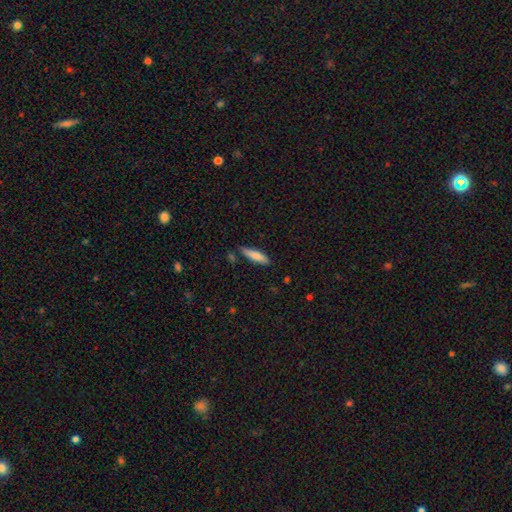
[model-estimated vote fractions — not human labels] Q: Smooth or featured?
A: smooth (80%); runner-up: featured or disk (14%)
Q: How rounded?
A: cigar-shaped (70%); runner-up: in between (29%)
Q: Merging?
A: none (79%); runner-up: minor disturbance (15%)